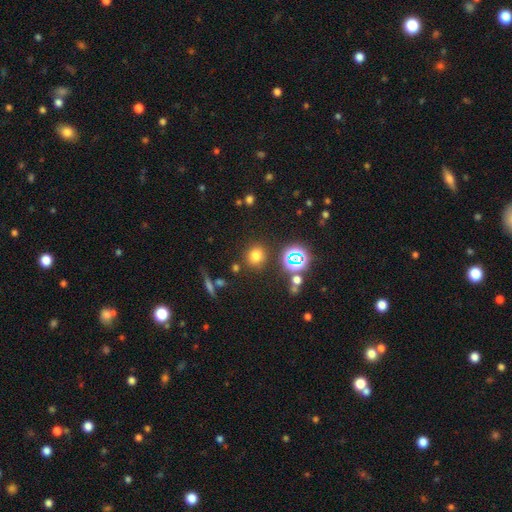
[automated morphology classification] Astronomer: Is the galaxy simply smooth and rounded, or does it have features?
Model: smooth — 70%.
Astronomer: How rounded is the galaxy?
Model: round — 82%.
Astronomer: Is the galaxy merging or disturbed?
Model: none — 84%.